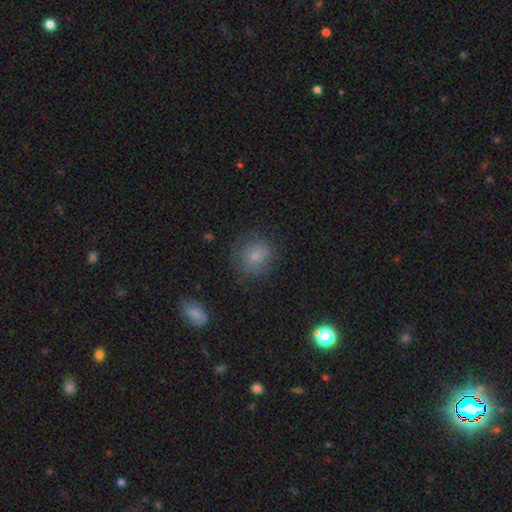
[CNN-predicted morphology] A smooth galaxy with no disk features (76%) that is round (81%).

Vote fractions:
- Smooth or featured? smooth: 76% / featured or disk: 13% / star or artifact: 11%
- How rounded? round: 81% / in between: 18% / cigar-shaped: 1%
- Merging? none: 74% / minor disturbance: 17% / major disturbance: 7% / merger: 2%